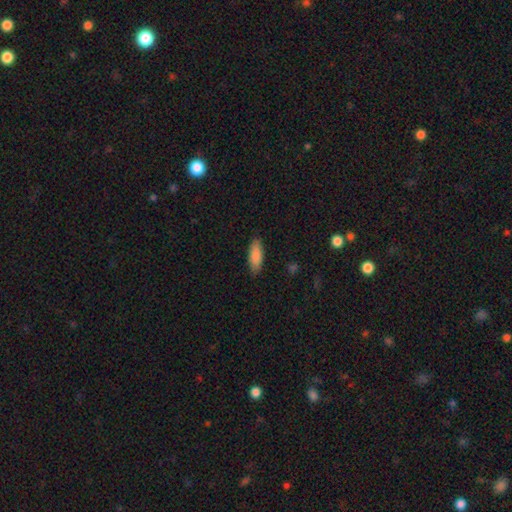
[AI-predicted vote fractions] Smooth or featured: smooth — 87% (featured or disk — 7%)
How rounded: in between — 66% (cigar-shaped — 32%)
Merging: none — 86% (minor disturbance — 10%)